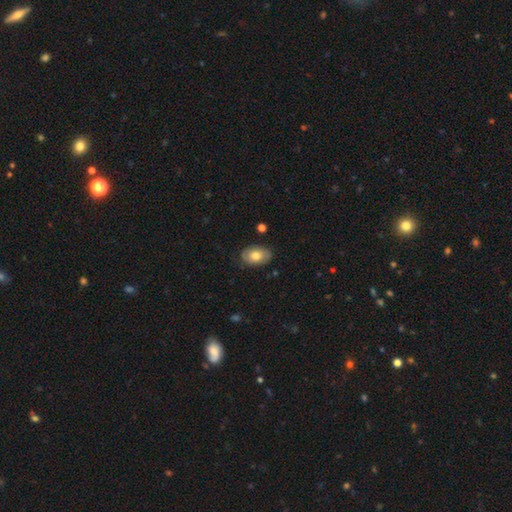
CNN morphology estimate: This appears to be a smooth galaxy with no disk features (66%) that is in between round and cigar-shaped (88%). Merging: none (79%).